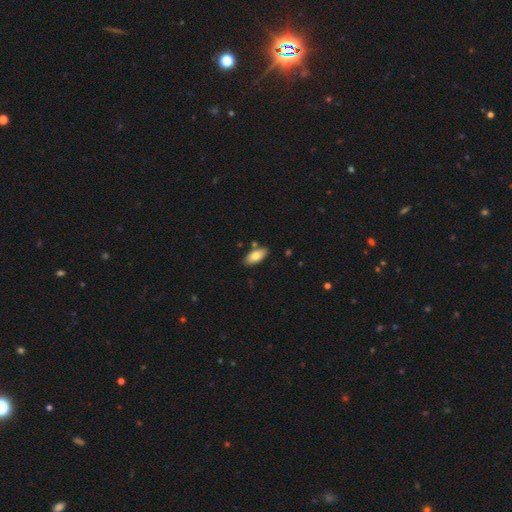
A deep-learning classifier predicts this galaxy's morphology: smooth_or_featured: smooth (p=0.78) [alt: featured or disk p=0.16]
how_rounded: in between (p=0.89) [alt: cigar-shaped p=0.09]
merging: none (p=0.82) [alt: minor disturbance p=0.11]